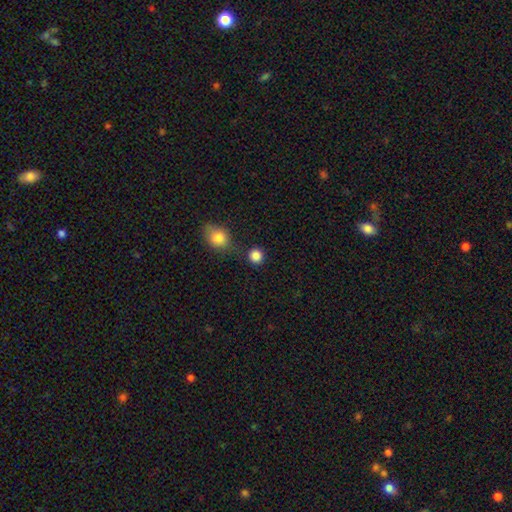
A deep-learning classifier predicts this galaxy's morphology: Smooth or featured? smooth (85%)
How rounded? round (91%)
Merging? none (79%)